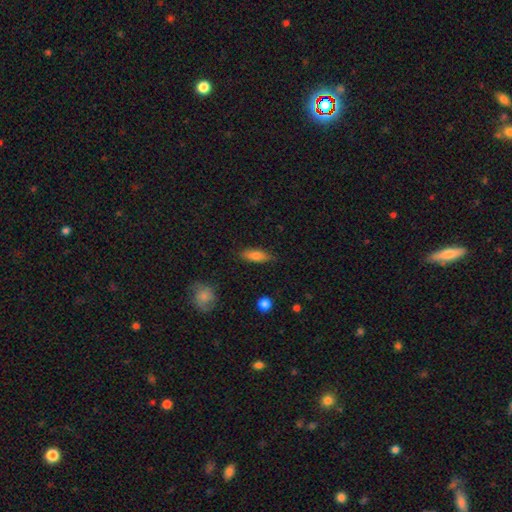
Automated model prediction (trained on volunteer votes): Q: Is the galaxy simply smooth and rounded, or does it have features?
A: smooth — 77%.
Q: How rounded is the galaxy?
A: in between — 63%.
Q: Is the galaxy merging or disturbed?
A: none — 83%.